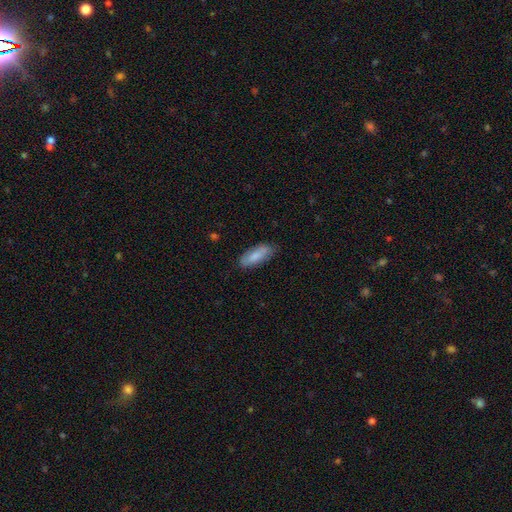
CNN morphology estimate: Smooth or featured?
  - smooth: 81% *
  - featured or disk: 13%
  - star or artifact: 6%
How rounded?
  - in between: 69% *
  - cigar-shaped: 29%
  - round: 2%
Merging?
  - none: 80% *
  - minor disturbance: 16%
  - major disturbance: 3%
  - merger: 1%